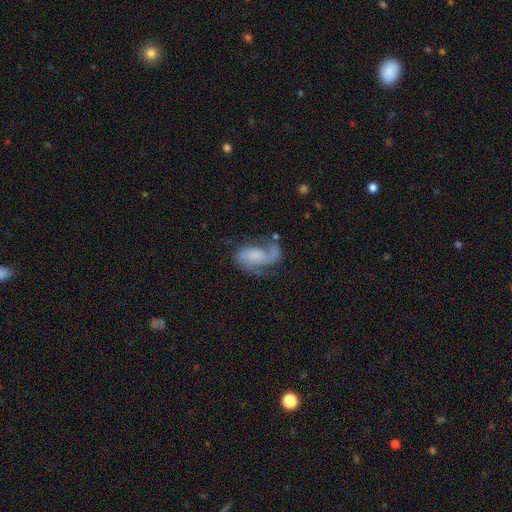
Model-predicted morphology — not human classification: Q: Smooth or featured?
A: featured or disk (73%); runner-up: smooth (20%)
Q: Edge-on disk?
A: no (97%); runner-up: yes (3%)
Q: Bar?
A: no (61%); runner-up: weak (30%)
Q: Spiral arms?
A: yes (91%); runner-up: no (9%)
Q: Spiral winding?
A: medium (42%); runner-up: loose (41%)
Q: Spiral arm count?
A: 2 (64%); runner-up: 1 (27%)
Q: Bulge size?
A: none (31%); runner-up: small (29%)
Q: Merging?
A: none (45%); runner-up: major disturbance (27%)